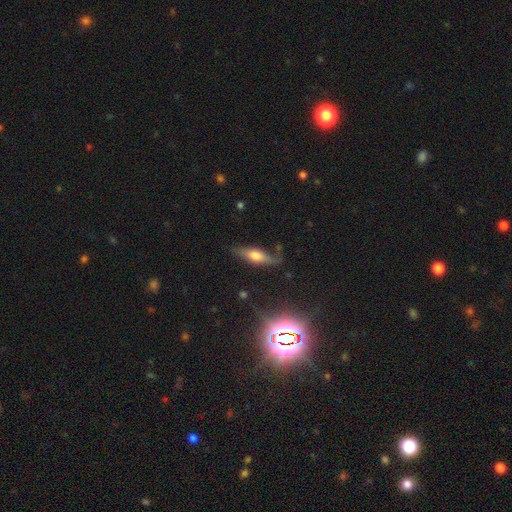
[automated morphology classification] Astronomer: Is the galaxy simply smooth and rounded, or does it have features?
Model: smooth — 46% (runner-up: featured or disk, 45%).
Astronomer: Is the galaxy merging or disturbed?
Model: none — 68%.